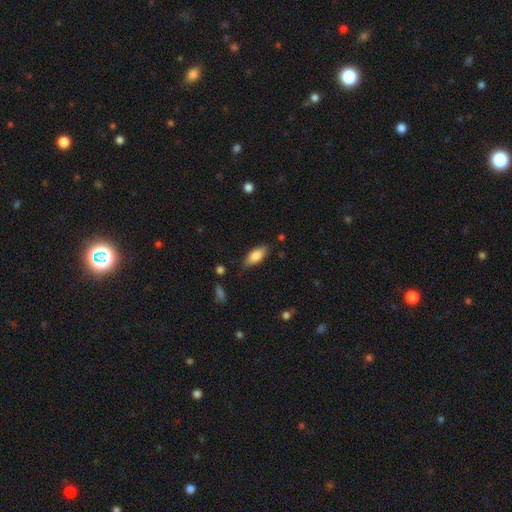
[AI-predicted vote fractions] Smooth or featured? smooth (79%)
How rounded? in between (80%)
Merging? none (78%)